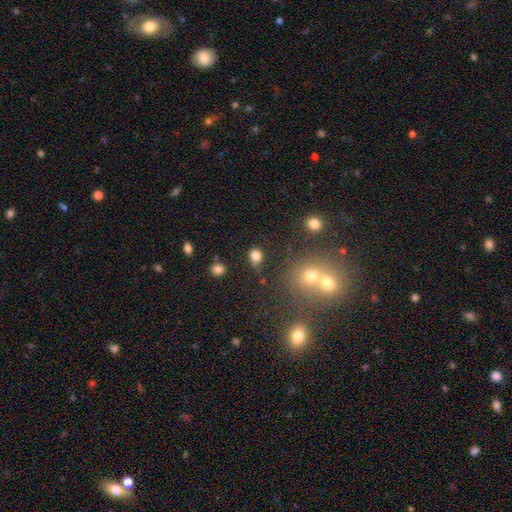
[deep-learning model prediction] smooth-or-featured: smooth: 81% | star or artifact: 13% | featured or disk: 6%
  how-rounded: round: 56% | in between: 42% | cigar-shaped: 1%
  merging: none: 64% | minor disturbance: 21% | merger: 8% | major disturbance: 7%